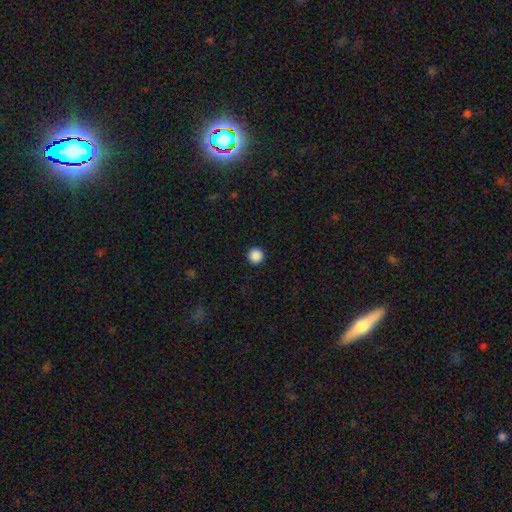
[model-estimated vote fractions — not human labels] Q: Smooth or featured?
A: smooth (88%); runner-up: star or artifact (10%)
Q: How rounded?
A: round (97%); runner-up: in between (2%)
Q: Merging?
A: none (93%); runner-up: minor disturbance (4%)